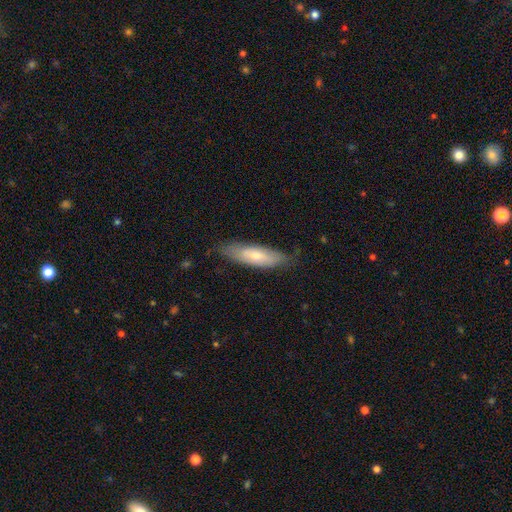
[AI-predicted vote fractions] Smooth or featured? Predicted: smooth (p=0.66). How rounded? Predicted: cigar-shaped (p=0.54). Merging? Predicted: none (p=0.75).